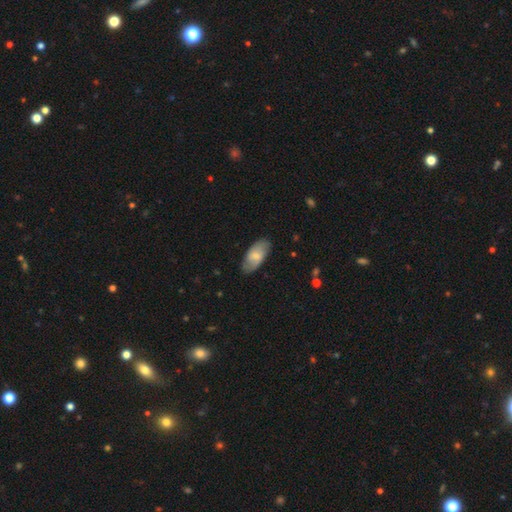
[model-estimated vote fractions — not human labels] Morphology: type=smooth (69%); roundness=in between (92%); merging=none (81%).